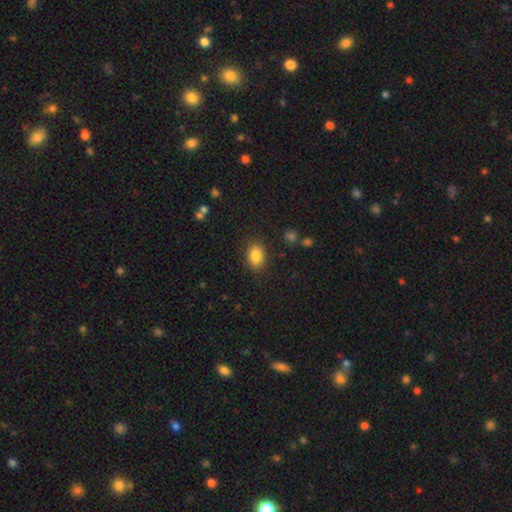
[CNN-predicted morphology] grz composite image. It shows a smooth galaxy with no disk features (85%) that is in between round and cigar-shaped (77%). Merging: none (85%).